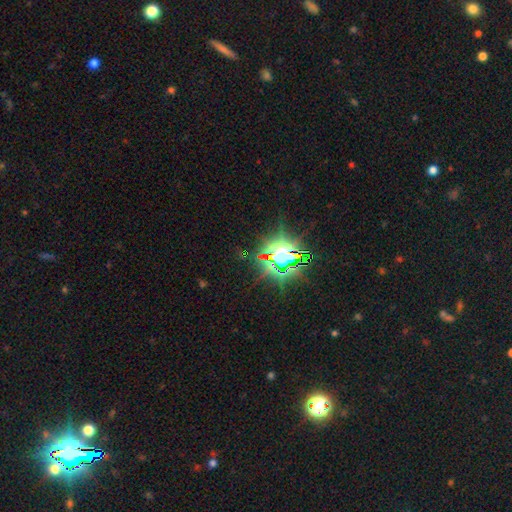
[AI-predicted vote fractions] smooth_or_featured: star or artifact (p=0.83) [alt: smooth p=0.10]